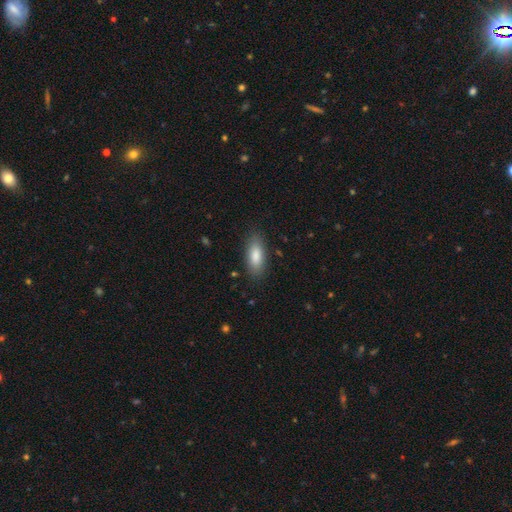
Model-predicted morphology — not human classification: smooth_or_featured: smooth (p=0.85) [alt: featured or disk p=0.09]
how_rounded: in between (p=0.76) [alt: cigar-shaped p=0.22]
merging: none (p=0.84) [alt: minor disturbance p=0.11]